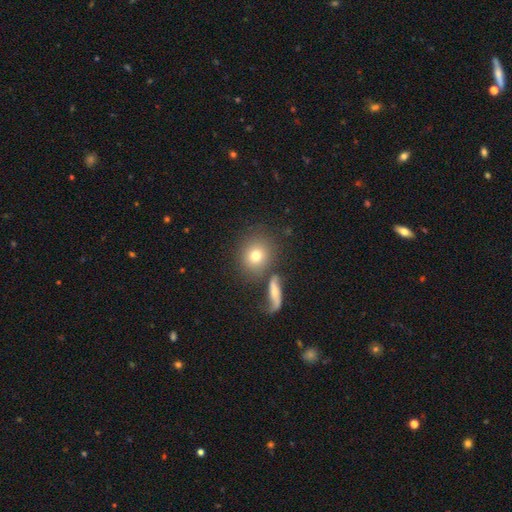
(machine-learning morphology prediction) A smooth galaxy with no disk features (74%) that is round (81%). Merging: none (71%).